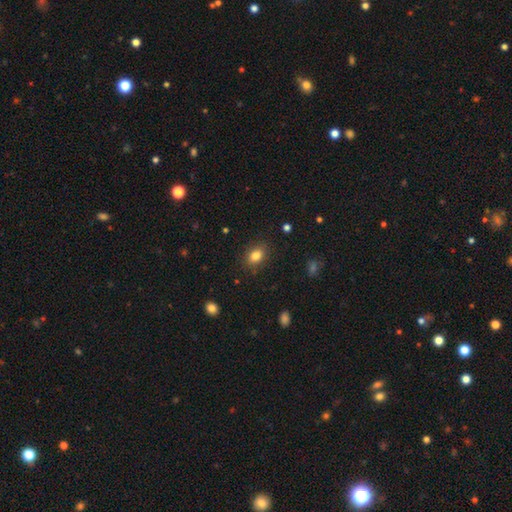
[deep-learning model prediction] Smooth or featured? smooth (83%)
How rounded? in between (71%)
Merging? none (86%)